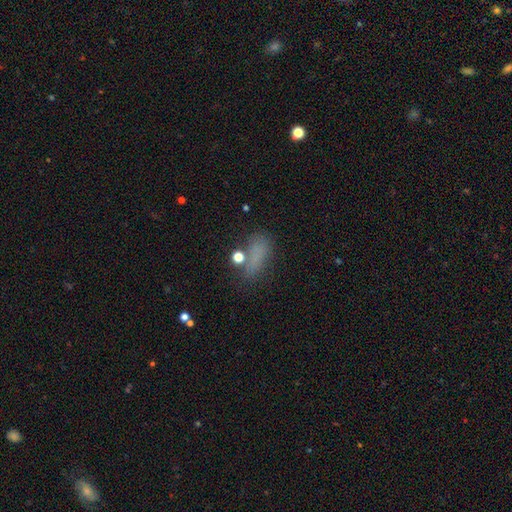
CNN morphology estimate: Smooth or featured?
  - smooth: 67% *
  - star or artifact: 22%
  - featured or disk: 11%
How rounded?
  - in between: 69% *
  - cigar-shaped: 18%
  - round: 13%
Merging?
  - none: 57% *
  - minor disturbance: 20%
  - major disturbance: 15%
  - merger: 8%